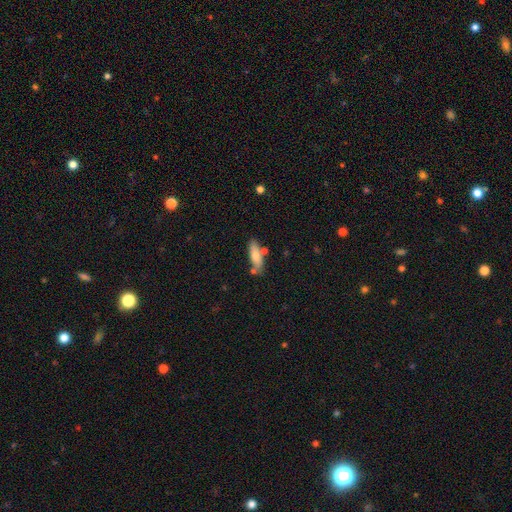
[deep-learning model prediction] A smooth galaxy with no disk features (73%) that is cigar-shaped (50%).

Vote fractions:
- Smooth or featured? smooth: 73% / featured or disk: 21% / star or artifact: 7%
- How rounded? cigar-shaped: 50% / in between: 48% / round: 2%
- Merging? none: 71% / minor disturbance: 15% / merger: 11% / major disturbance: 3%